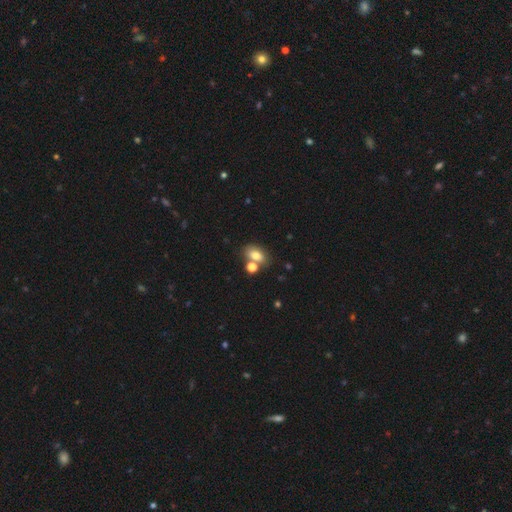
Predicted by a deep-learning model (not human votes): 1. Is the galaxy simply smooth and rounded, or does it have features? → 75% smooth, 13% featured or disk, 11% star or artifact.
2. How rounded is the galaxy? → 81% in between, 17% round, 2% cigar-shaped.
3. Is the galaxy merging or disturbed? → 54% none, 29% merger, 12% minor disturbance, 4% major disturbance.